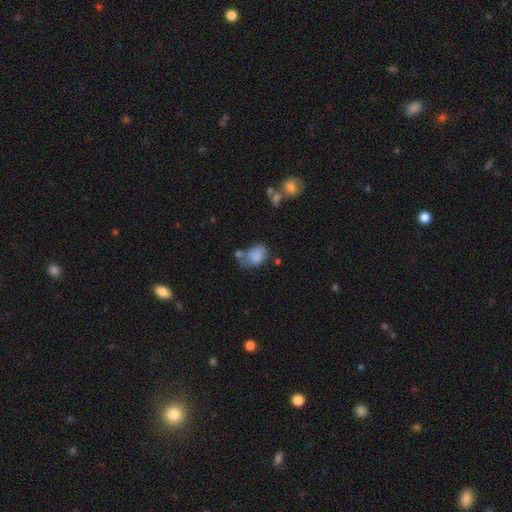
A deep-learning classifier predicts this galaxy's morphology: smooth_or_featured: smooth (p=0.81) [alt: featured or disk p=0.10]
how_rounded: in between (p=0.77) [alt: round p=0.22]
merging: none (p=0.39) [alt: minor disturbance p=0.27]